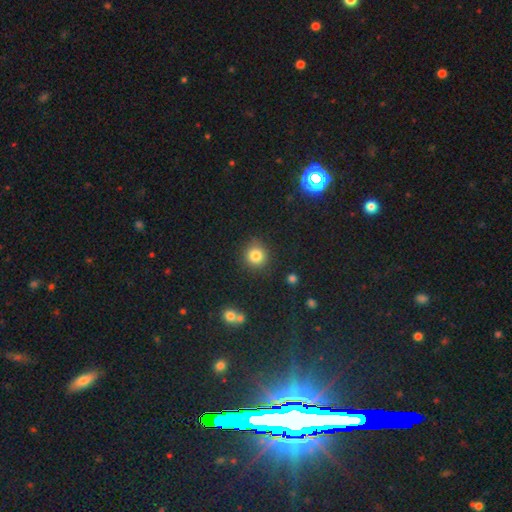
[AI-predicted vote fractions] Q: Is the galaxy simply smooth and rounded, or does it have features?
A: smooth — 82%.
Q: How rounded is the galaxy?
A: round — 90%.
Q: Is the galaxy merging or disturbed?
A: none — 85%.